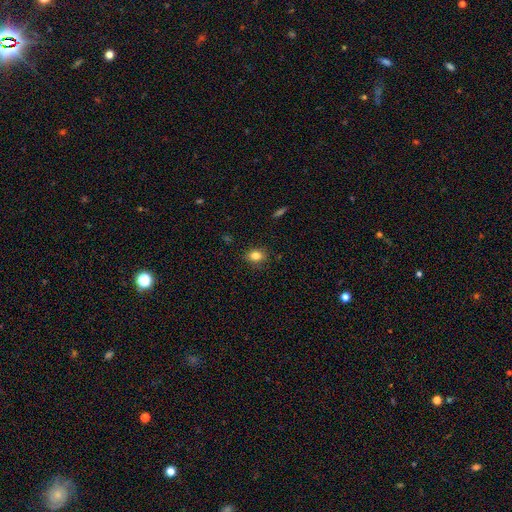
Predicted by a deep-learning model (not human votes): Morphology: type=smooth (82%); roundness=in between (65%); merging=none (84%).